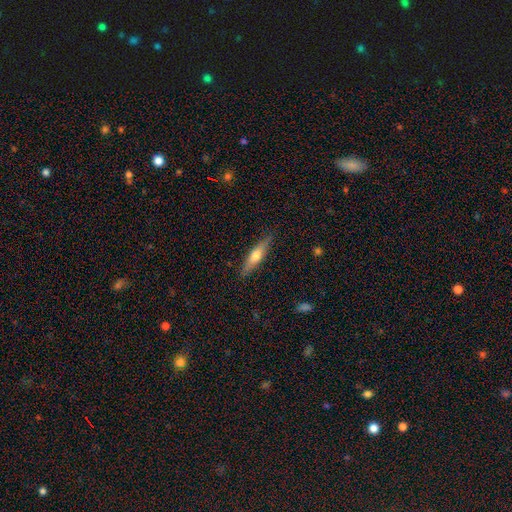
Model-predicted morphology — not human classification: The model was most divided on "smooth or featured": smooth: 52%, featured or disk: 41%, star or artifact: 6%. More confident: merging — none (86%); how rounded — cigar-shaped (75%).